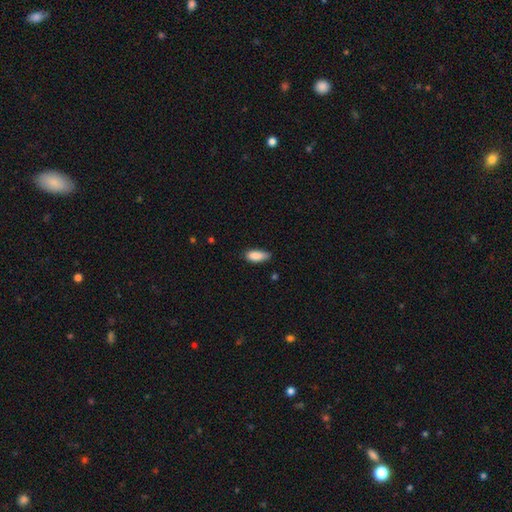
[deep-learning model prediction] smooth 87%, star or artifact 7%, featured or disk 6%. Down the decision tree: how rounded — in between (83%); merging — none (62%).